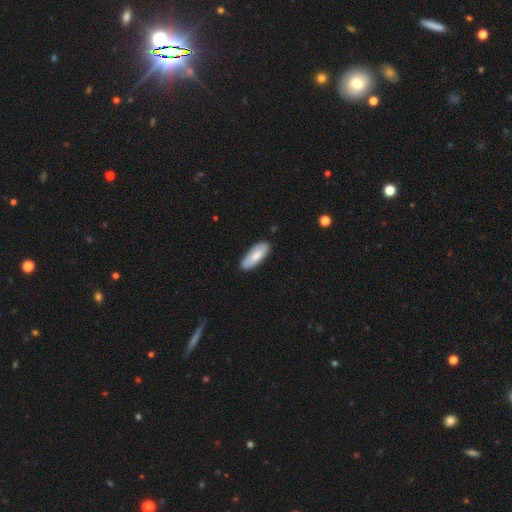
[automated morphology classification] Overall: smooth (76%). How rounded: in between (73%). Merging: none (83%).